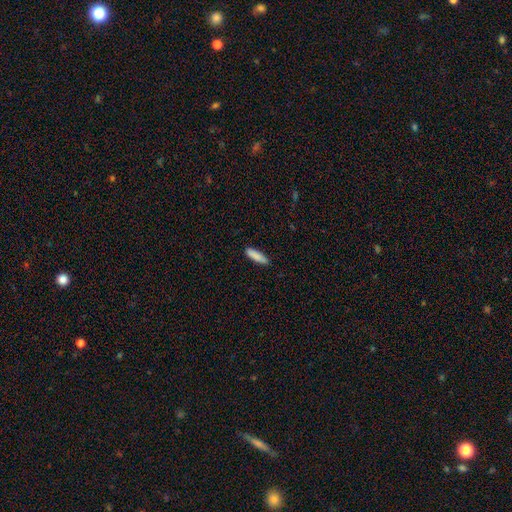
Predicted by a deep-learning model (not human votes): smooth_or_featured: smooth (p=0.87) [alt: featured or disk p=0.07]
how_rounded: cigar-shaped (p=0.72) [alt: in between p=0.27]
merging: none (p=0.86) [alt: minor disturbance p=0.11]